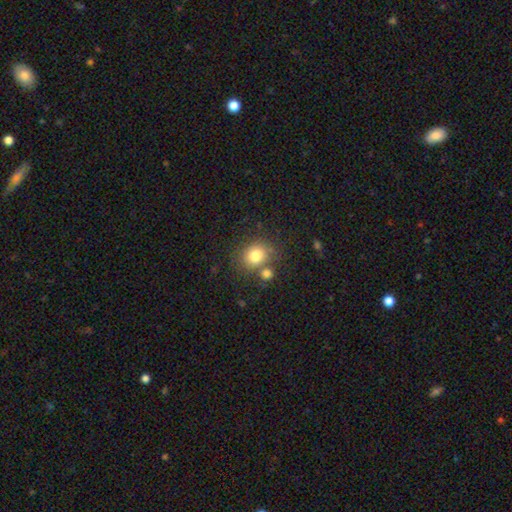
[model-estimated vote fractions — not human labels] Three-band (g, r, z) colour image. It shows a smooth galaxy with no disk features (79%) that is round (69%). Merging: none (64%).